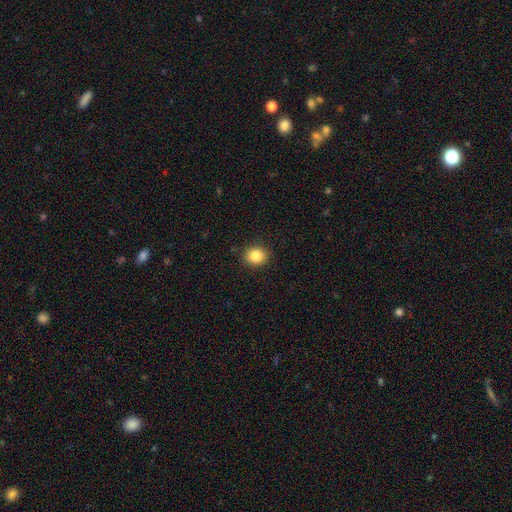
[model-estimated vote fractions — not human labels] Morphology: type=smooth (86%); roundness=round (79%); merging=none (90%).